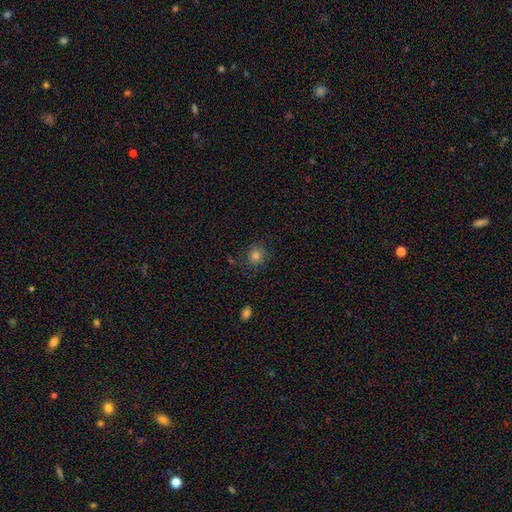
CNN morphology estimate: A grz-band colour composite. It shows a smooth galaxy with no disk features (77%) that is round (87%). Merging: none (83%).